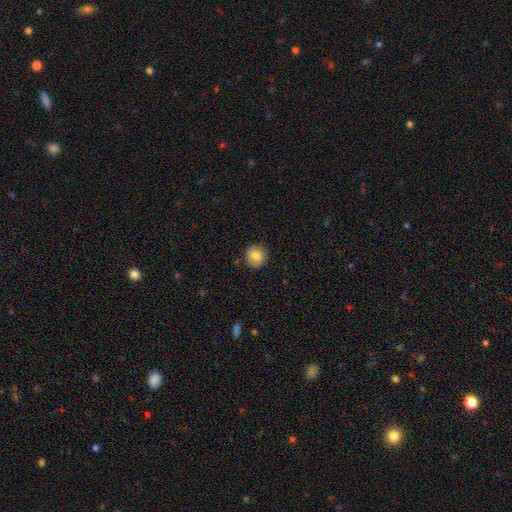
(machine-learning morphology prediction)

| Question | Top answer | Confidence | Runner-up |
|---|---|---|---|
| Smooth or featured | smooth | 80% | featured or disk (11%) |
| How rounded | round | 87% | in between (12%) |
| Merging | none | 85% | minor disturbance (11%) |